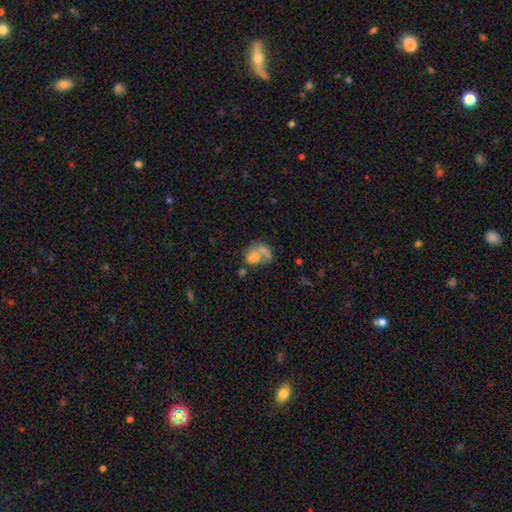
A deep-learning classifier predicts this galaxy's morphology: Overall: smooth (53%; featured or disk 34%). How rounded: in between (68%; round 30%). Merging: merger (48%; none 20%).